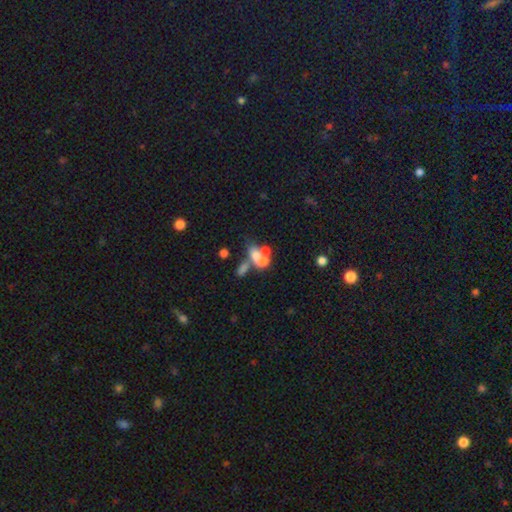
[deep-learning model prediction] This appears to be a smooth galaxy with no disk features (53%) that is round (53%). Merging: merger (57%).